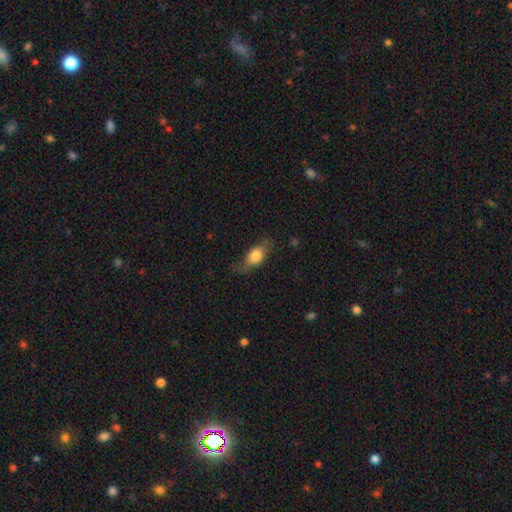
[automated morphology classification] A smooth galaxy with no disk features (71%) that is in between round and cigar-shaped (77%). Merging: none (65%).